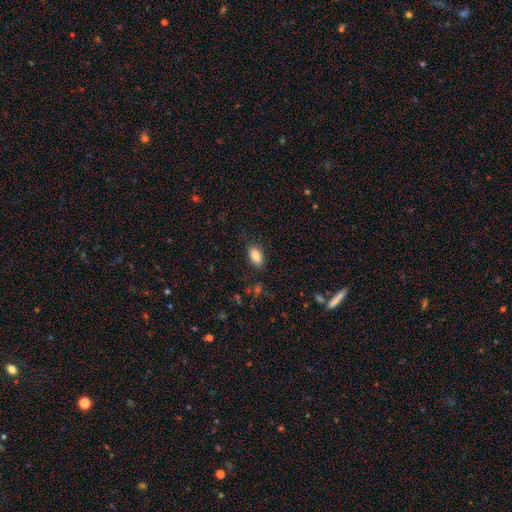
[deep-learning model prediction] Smooth or featured? smooth (84%)
How rounded? in between (91%)
Merging? none (83%)